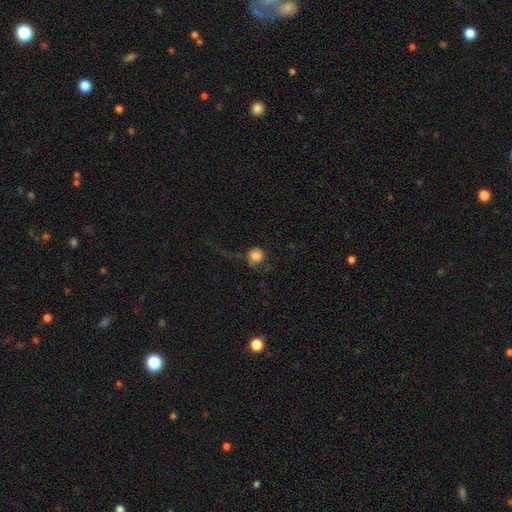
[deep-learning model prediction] A smooth galaxy with no disk features (81%) that is round (89%).

Vote fractions:
- Smooth or featured? smooth: 81% / star or artifact: 10% / featured or disk: 9%
- How rounded? round: 89% / in between: 10% / cigar-shaped: 1%
- Merging? none: 47% / major disturbance: 30% / minor disturbance: 20% / merger: 4%